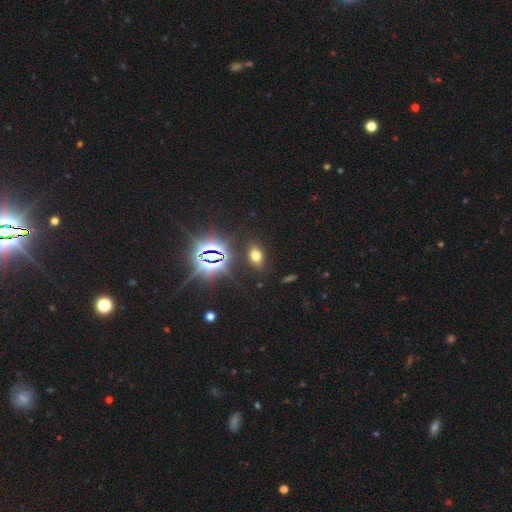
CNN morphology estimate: Q: Smooth or featured?
A: smooth (59%); runner-up: star or artifact (31%)
Q: How rounded?
A: in between (86%); runner-up: round (11%)
Q: Merging?
A: none (86%); runner-up: minor disturbance (8%)